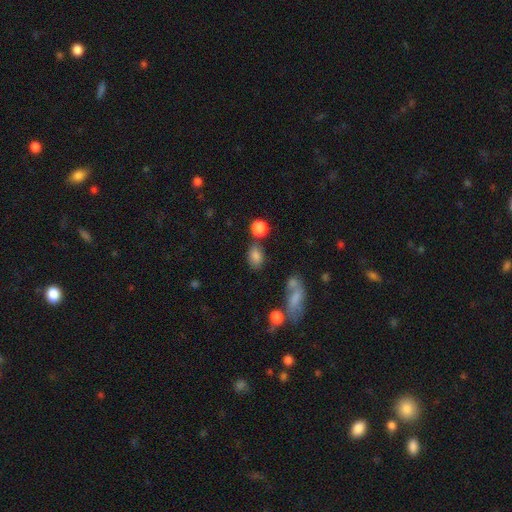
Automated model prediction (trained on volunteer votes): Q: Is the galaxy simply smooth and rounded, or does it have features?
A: smooth — 81%.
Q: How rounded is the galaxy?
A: in between — 75%.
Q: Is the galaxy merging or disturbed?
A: none — 63%.